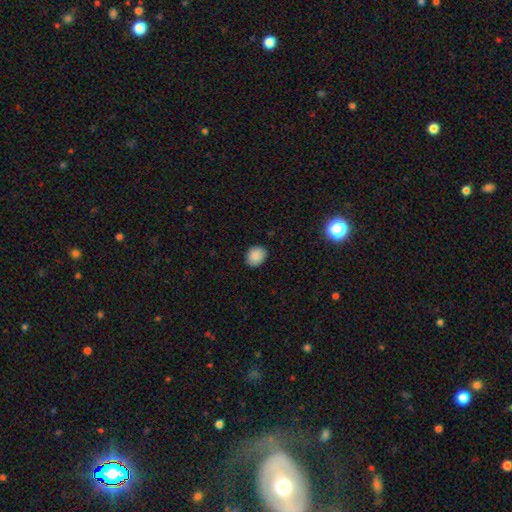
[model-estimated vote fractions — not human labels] Smooth or featured? Predicted: smooth (p=0.88). How rounded? Predicted: in between (p=0.52). Merging? Predicted: none (p=0.87).